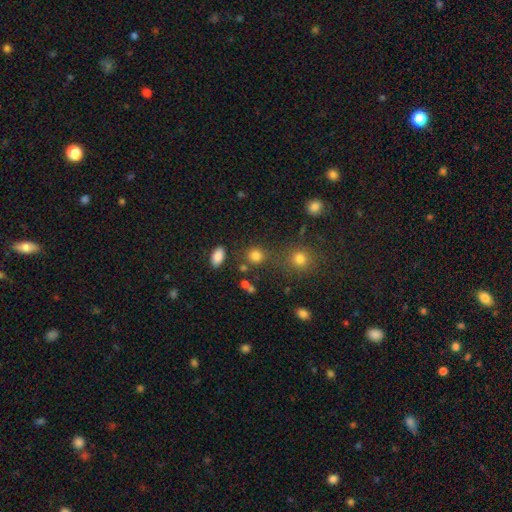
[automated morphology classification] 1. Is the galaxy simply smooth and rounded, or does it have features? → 81% smooth, 13% star or artifact, 6% featured or disk.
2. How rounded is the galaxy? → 79% round, 19% in between, 1% cigar-shaped.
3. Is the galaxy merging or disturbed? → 72% none, 13% merger, 11% minor disturbance, 5% major disturbance.